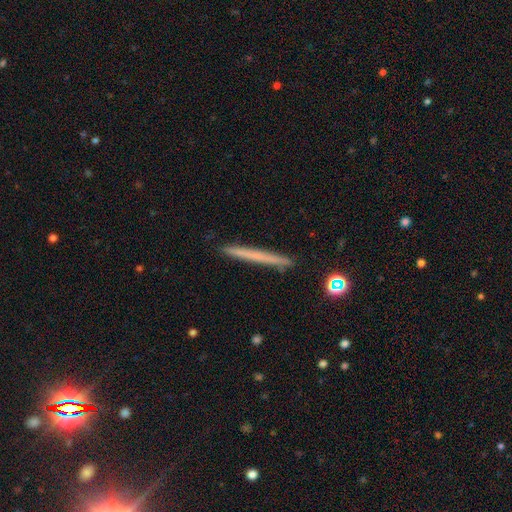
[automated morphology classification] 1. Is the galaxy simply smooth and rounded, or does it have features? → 59% smooth, 35% featured or disk, 7% star or artifact.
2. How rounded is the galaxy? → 97% cigar-shaped, 1% in between, 1% round.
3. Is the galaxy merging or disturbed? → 91% none, 6% minor disturbance, 1% merger, 1% major disturbance.